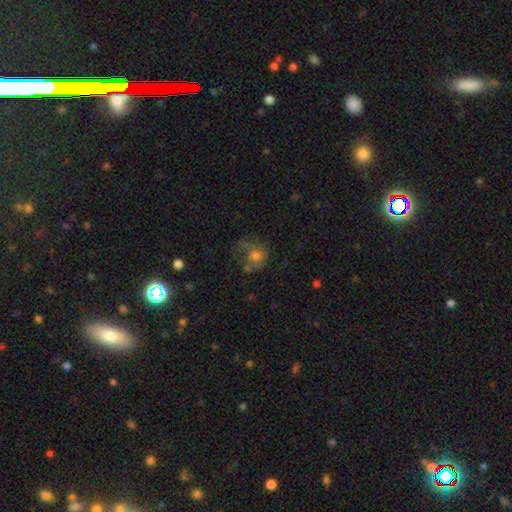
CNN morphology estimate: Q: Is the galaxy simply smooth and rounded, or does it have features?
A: smooth — 58%.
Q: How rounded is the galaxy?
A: round — 69%.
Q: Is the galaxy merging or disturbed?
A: none — 36%.